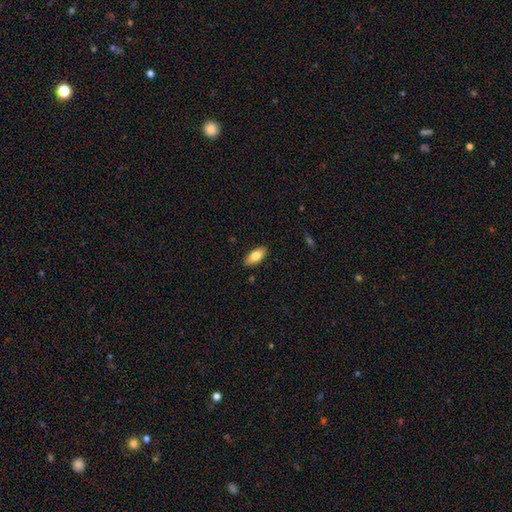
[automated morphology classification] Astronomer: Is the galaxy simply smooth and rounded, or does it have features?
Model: smooth — 80%.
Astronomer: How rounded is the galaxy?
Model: in between — 89%.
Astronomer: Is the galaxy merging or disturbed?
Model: none — 88%.